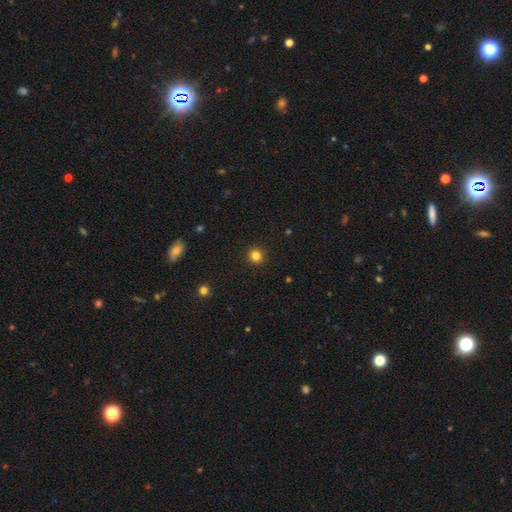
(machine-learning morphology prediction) Q: Smooth or featured?
A: smooth (82%); runner-up: star or artifact (13%)
Q: How rounded?
A: round (93%); runner-up: in between (6%)
Q: Merging?
A: none (93%); runner-up: minor disturbance (5%)